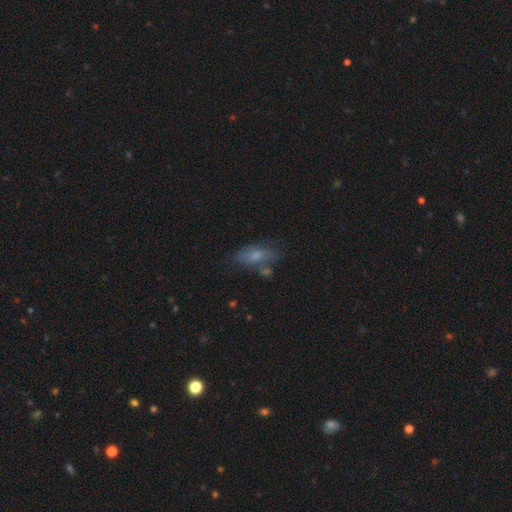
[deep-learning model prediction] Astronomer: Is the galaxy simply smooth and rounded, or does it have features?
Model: smooth — 60%.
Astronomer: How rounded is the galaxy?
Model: in between — 80%.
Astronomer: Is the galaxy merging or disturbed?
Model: none — 55%.